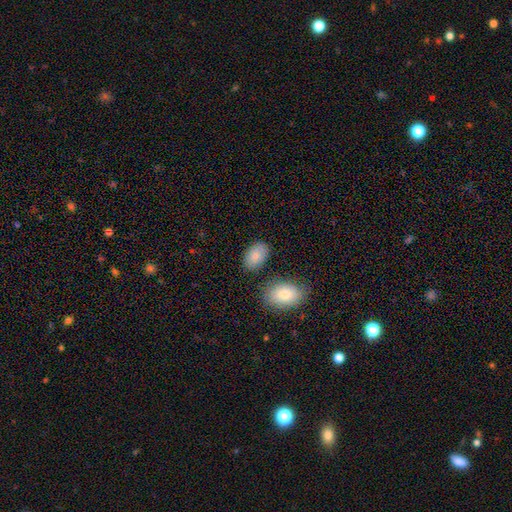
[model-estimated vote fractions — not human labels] A smooth galaxy with no disk features (84%) that is in between round and cigar-shaped (91%). Merging: none (80%).